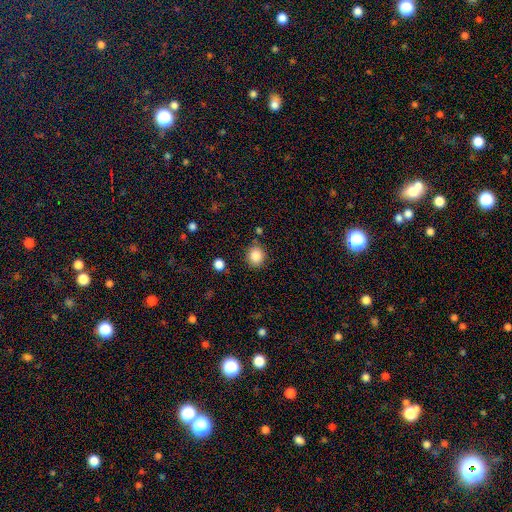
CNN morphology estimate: Smooth or featured: smooth — 86% (star or artifact — 9%)
How rounded: round — 72% (in between — 27%)
Merging: none — 82% (minor disturbance — 11%)